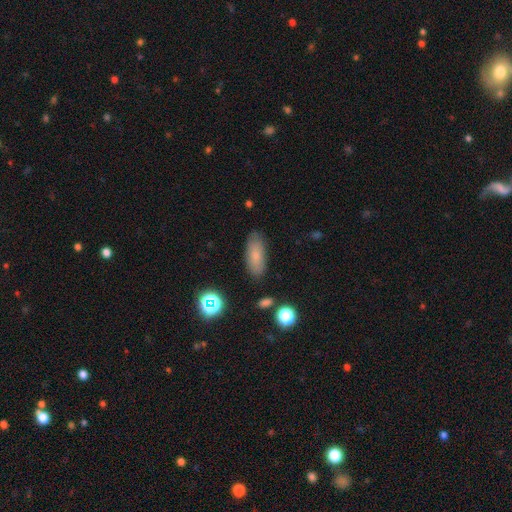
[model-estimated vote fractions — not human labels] Smooth or featured: smooth — 77% (featured or disk — 14%)
How rounded: in between — 79% (cigar-shaped — 18%)
Merging: none — 82% (minor disturbance — 13%)